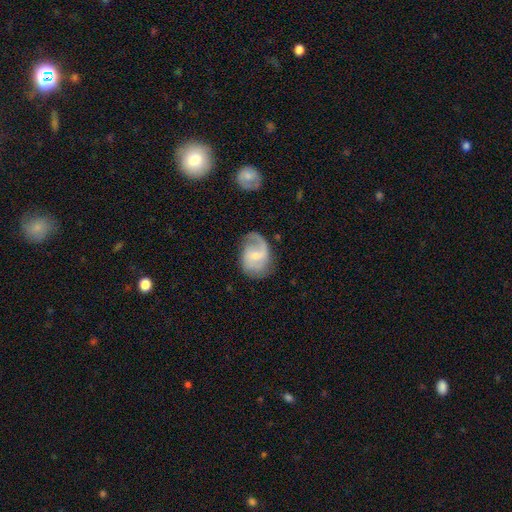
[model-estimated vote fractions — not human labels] Smooth or featured: featured or disk — 75% (smooth — 19%)
Edge-on disk: no — 98% (yes — 2%)
Bar: weak — 56% (no — 32%)
Spiral arms: yes — 93% (no — 7%)
Spiral winding: medium — 44% (loose — 42%)
Spiral arm count: 2 — 67% (1 — 22%)
Bulge size: small — 54% (moderate — 34%)
Merging: none — 60% (minor disturbance — 24%)